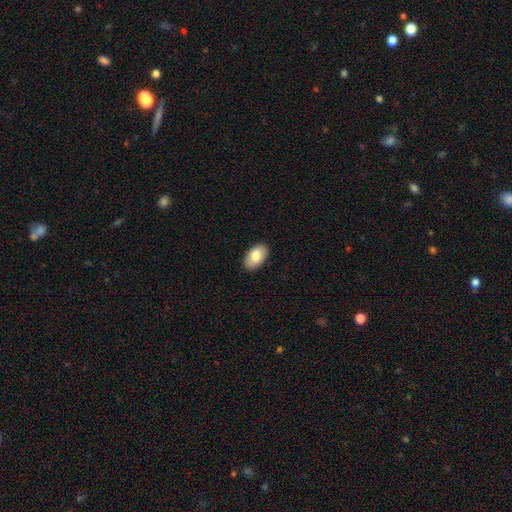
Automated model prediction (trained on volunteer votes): Q: Smooth or featured?
A: smooth (79%); runner-up: featured or disk (15%)
Q: How rounded?
A: in between (94%); runner-up: round (5%)
Q: Merging?
A: none (89%); runner-up: minor disturbance (8%)